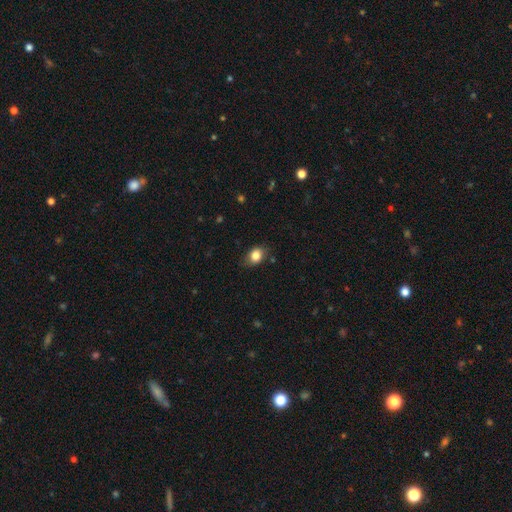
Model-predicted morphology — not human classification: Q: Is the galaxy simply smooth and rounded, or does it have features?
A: smooth — 84%.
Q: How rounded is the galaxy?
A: in between — 65%.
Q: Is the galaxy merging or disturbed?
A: none — 77%.